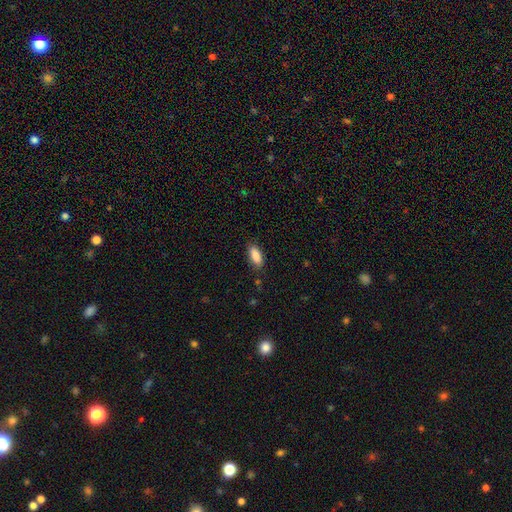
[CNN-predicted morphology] Smooth or featured: smooth — 88% (star or artifact — 7%)
How rounded: in between — 82% (cigar-shaped — 16%)
Merging: none — 83% (minor disturbance — 12%)